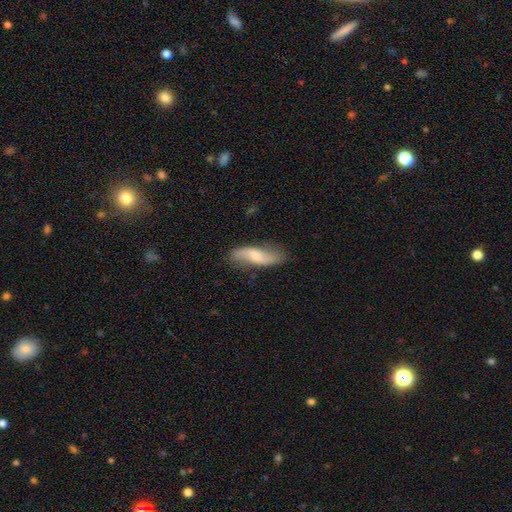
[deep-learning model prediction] Q: Smooth or featured?
A: featured or disk (50%); runner-up: smooth (44%)
Q: Edge-on disk?
A: no (83%); runner-up: yes (17%)
Q: Merging?
A: none (75%); runner-up: minor disturbance (19%)